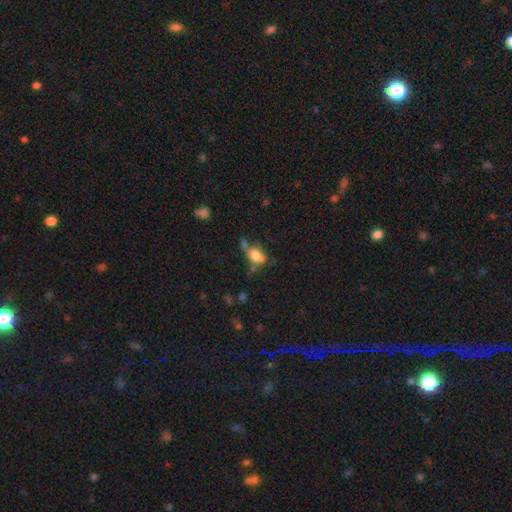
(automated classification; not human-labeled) Smooth or featured: smooth — 73% (featured or disk — 16%)
How rounded: in between — 76% (round — 21%)
Merging: none — 37% (minor disturbance — 24%)